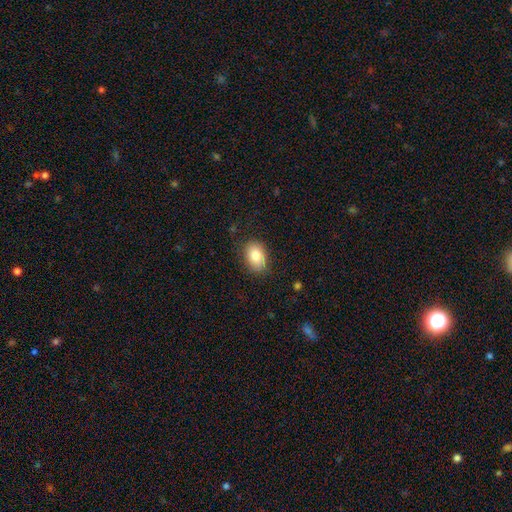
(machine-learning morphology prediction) This appears to be a smooth galaxy with no disk features (84%) that is in between round and cigar-shaped (81%). Merging: none (80%).